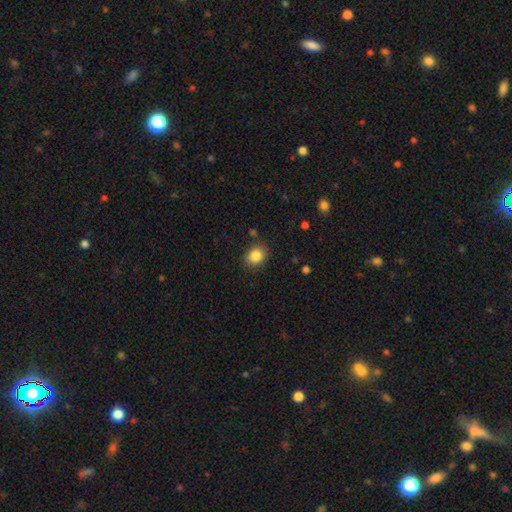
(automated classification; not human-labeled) This appears to be a smooth galaxy with no disk features (85%) that is round (58%). Merging: none (84%).